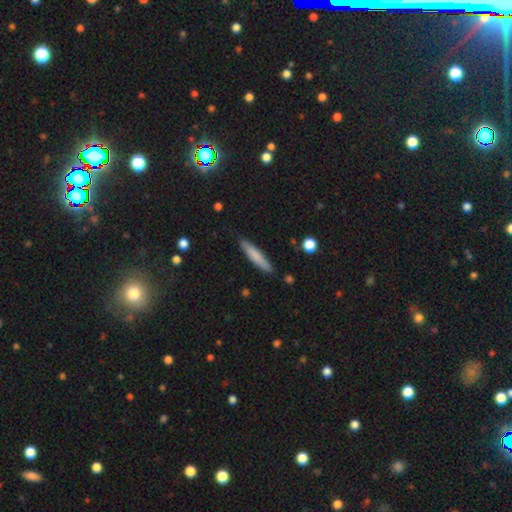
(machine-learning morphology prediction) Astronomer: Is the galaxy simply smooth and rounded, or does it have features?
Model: smooth — 76%.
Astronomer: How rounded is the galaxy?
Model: cigar-shaped — 89%.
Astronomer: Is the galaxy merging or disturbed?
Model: none — 88%.